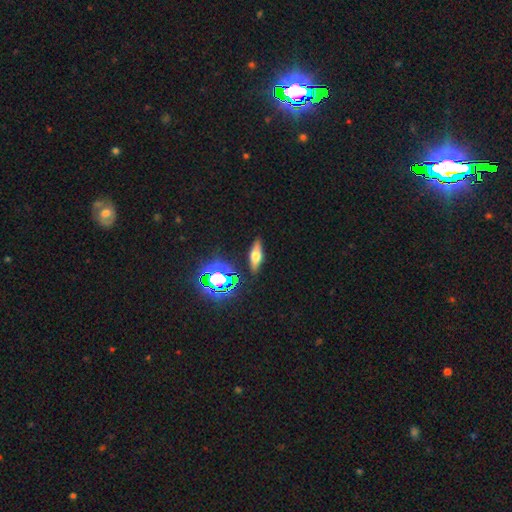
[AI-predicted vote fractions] A smooth galaxy with no disk features (45%). Merging: none (87%).